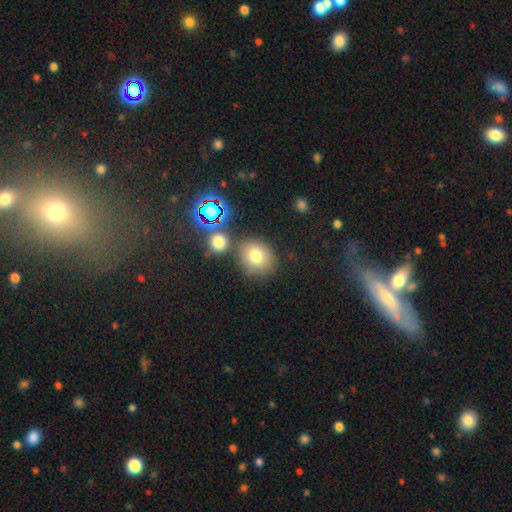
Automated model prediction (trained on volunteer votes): Smooth or featured?
  - smooth: 75% *
  - star or artifact: 15%
  - featured or disk: 10%
How rounded?
  - round: 71% *
  - in between: 27%
  - cigar-shaped: 1%
Merging?
  - none: 71% *
  - merger: 13%
  - minor disturbance: 12%
  - major disturbance: 4%